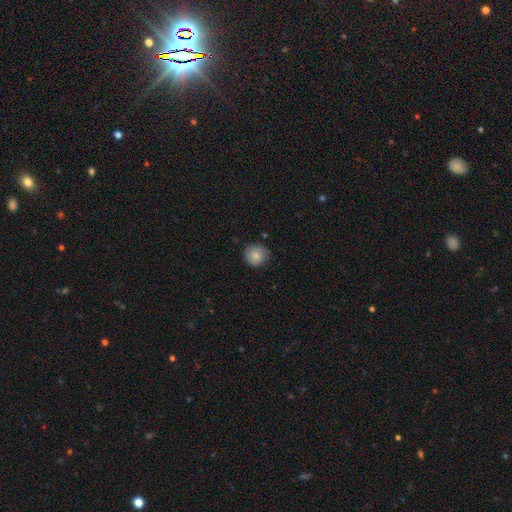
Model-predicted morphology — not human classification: Smooth or featured? Predicted: smooth (p=0.78). How rounded? Predicted: round (p=0.87). Merging? Predicted: none (p=0.74).